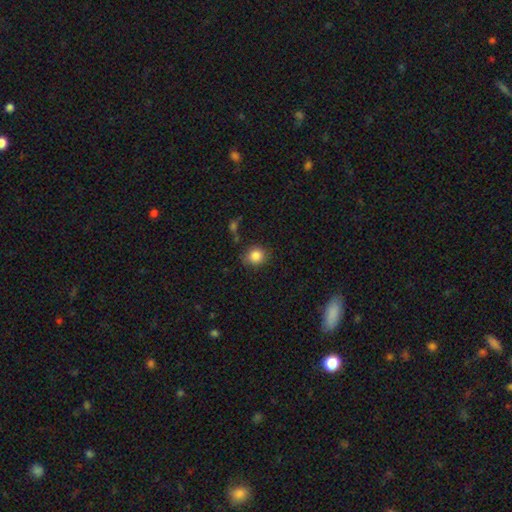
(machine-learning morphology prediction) smooth 85%, star or artifact 10%, featured or disk 5%. Down the decision tree: how rounded — round (74%); merging — none (78%).